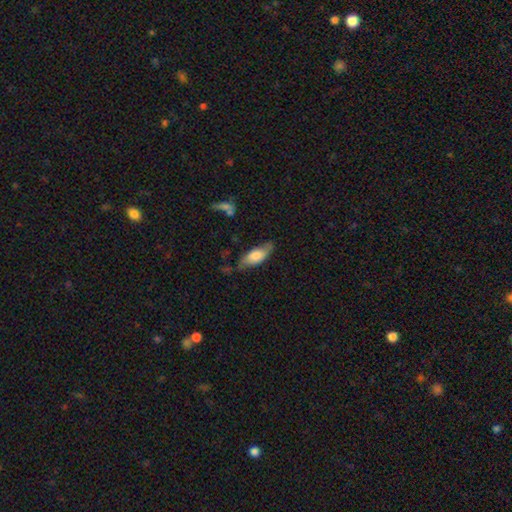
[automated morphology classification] Smooth or featured: smooth — 67% (featured or disk — 27%)
How rounded: in between — 74% (cigar-shaped — 24%)
Merging: none — 63% (minor disturbance — 27%)